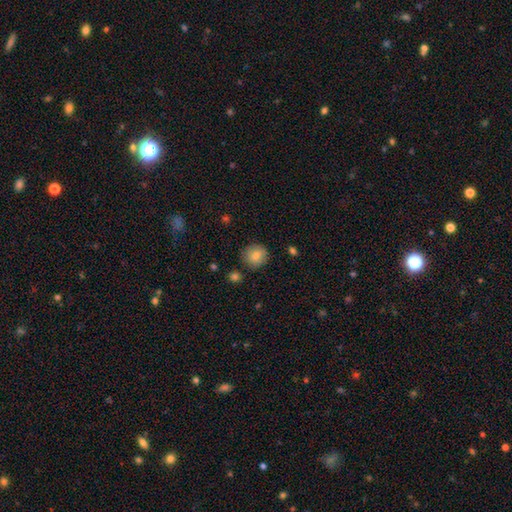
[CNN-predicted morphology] smooth 81%, featured or disk 10%, star or artifact 8%. Down the decision tree: how rounded — round (89%); merging — none (85%).